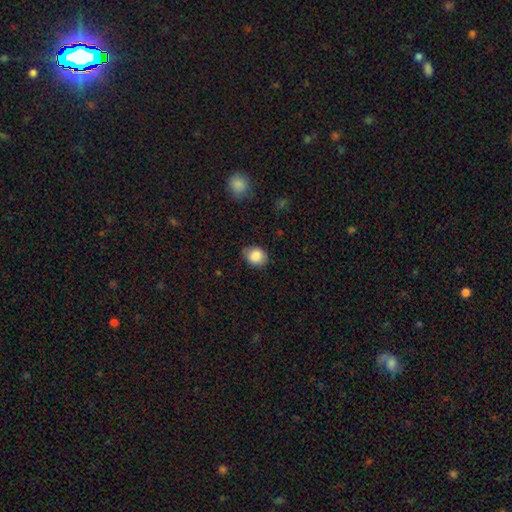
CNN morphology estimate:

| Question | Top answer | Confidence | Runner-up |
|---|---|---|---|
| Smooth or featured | smooth | 86% | star or artifact (8%) |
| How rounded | round | 54% | in between (45%) |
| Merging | none | 74% | minor disturbance (21%) |